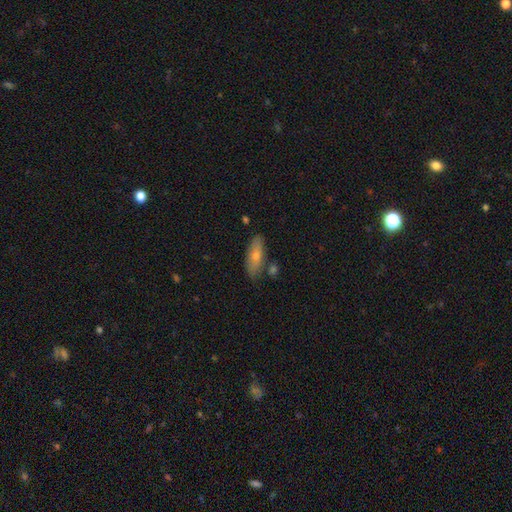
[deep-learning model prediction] This appears to be a smooth galaxy with no disk features (72%) that is in between round and cigar-shaped (65%). Merging: none (75%).